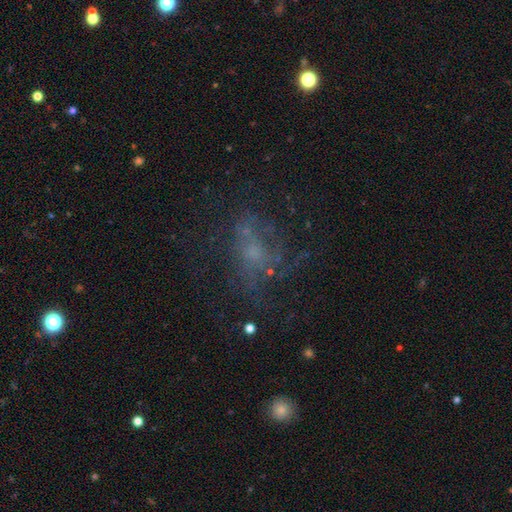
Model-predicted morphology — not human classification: A featured or disk galaxy (52%) with no bar (81%), no spiral arms (57%) and a small central bulge (39%). Merging: none (49%).